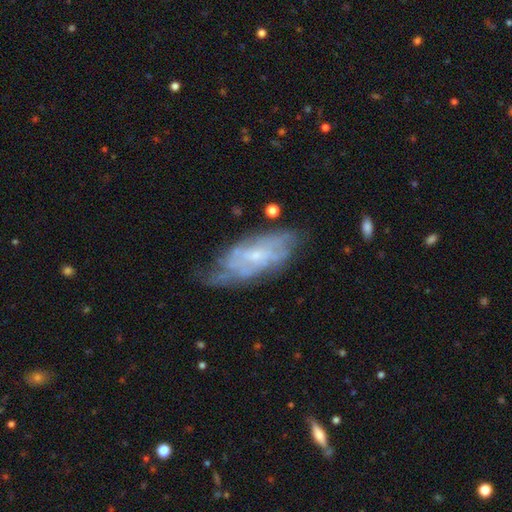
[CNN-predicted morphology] Smooth or featured?
  - featured or disk: 69% *
  - smooth: 24%
  - star or artifact: 7%
Edge-on disk?
  - no: 88% *
  - yes: 12%
Bar?
  - no: 64% *
  - weak: 31%
  - strong: 6%
Spiral arms?
  - yes: 74% *
  - no: 26%
Bulge size?
  - small: 68% *
  - moderate: 22%
  - none: 8%
  - large: 1%
  - dominant: 1%
Merging?
  - none: 54% *
  - minor disturbance: 29%
  - major disturbance: 13%
  - merger: 3%